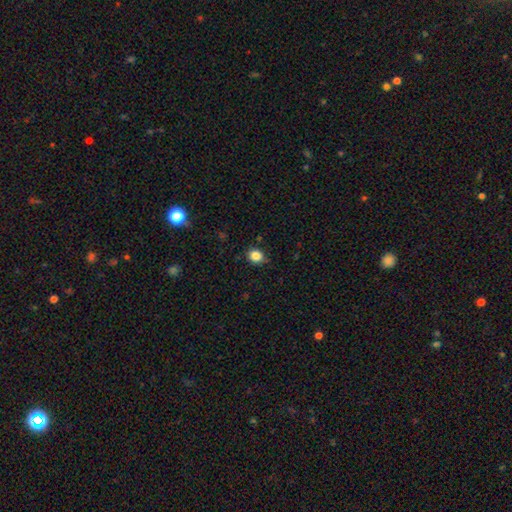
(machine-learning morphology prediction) This appears to be a smooth galaxy with no disk features (85%) that is round (73%). Merging: none (84%).